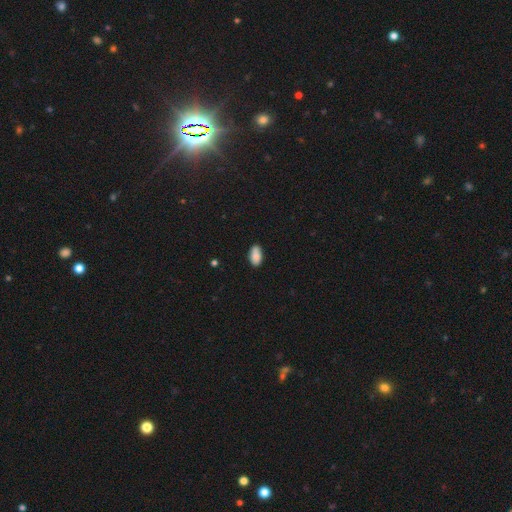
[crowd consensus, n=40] Morphology: type=smooth (90%); roundness=in between (89%); merging=none (86%).